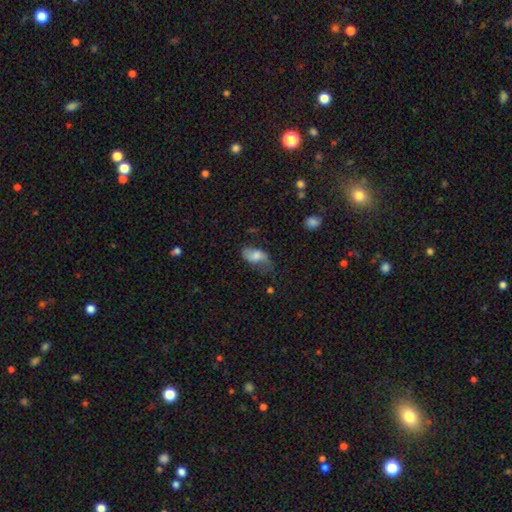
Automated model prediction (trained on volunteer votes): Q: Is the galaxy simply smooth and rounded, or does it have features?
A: smooth — 61%.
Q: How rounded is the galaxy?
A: in between — 91%.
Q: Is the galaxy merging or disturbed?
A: none — 43%.